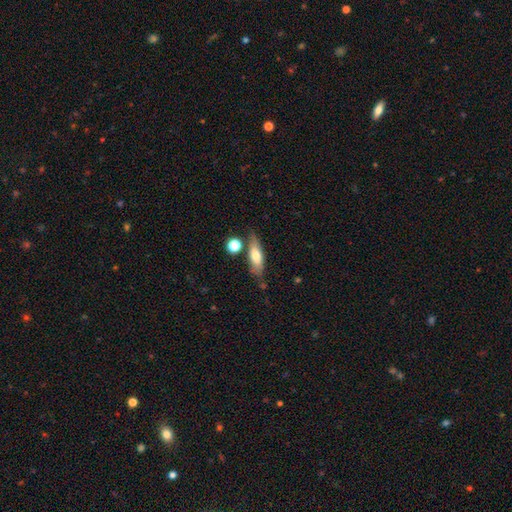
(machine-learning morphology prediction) Q: Smooth or featured?
A: smooth (64%); runner-up: featured or disk (29%)
Q: How rounded?
A: cigar-shaped (49%); runner-up: in between (48%)
Q: Merging?
A: none (69%); runner-up: minor disturbance (17%)